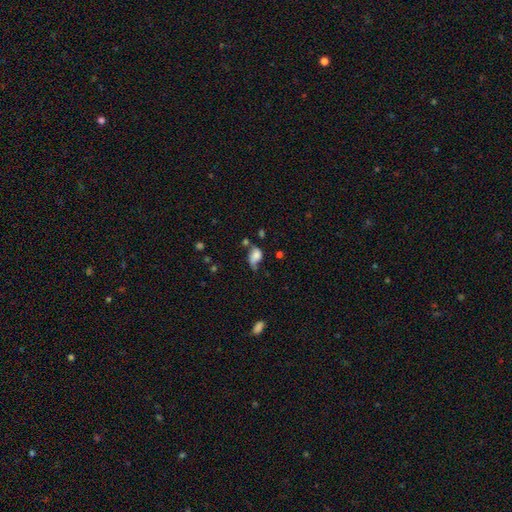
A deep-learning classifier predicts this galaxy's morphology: A smooth galaxy with no disk features (64%) that is in between round and cigar-shaped (77%).

Vote fractions:
- Smooth or featured? smooth: 64% / featured or disk: 25% / star or artifact: 11%
- How rounded? in between: 77% / round: 21% / cigar-shaped: 2%
- Merging? minor disturbance: 32% / none: 28% / major disturbance: 28% / merger: 12%